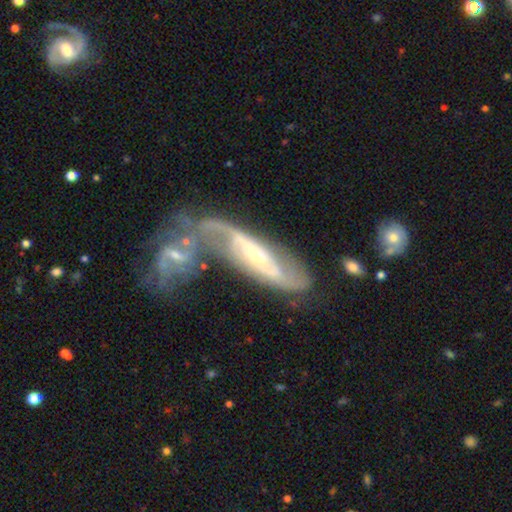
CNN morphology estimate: smooth-or-featured: featured or disk: 84% | smooth: 10% | star or artifact: 5%
  disk-edge-on: no: 87% | yes: 13%
    bar: no: 41% | weak: 34% | strong: 26%
    has-spiral-arms: yes: 92% | no: 8%
      spiral-winding: medium: 40% | loose: 37% | tight: 23%
      spiral-arm-count: 2: 78% | can't tell: 12% | 1: 3% | 3: 3% | 4: 2% | more than 4: 2%
    bulge-size: small: 58% | moderate: 38% | large: 2% | none: 1% | dominant: 1%
  merging: merger: 50% | none: 27% | minor disturbance: 13% | major disturbance: 11%